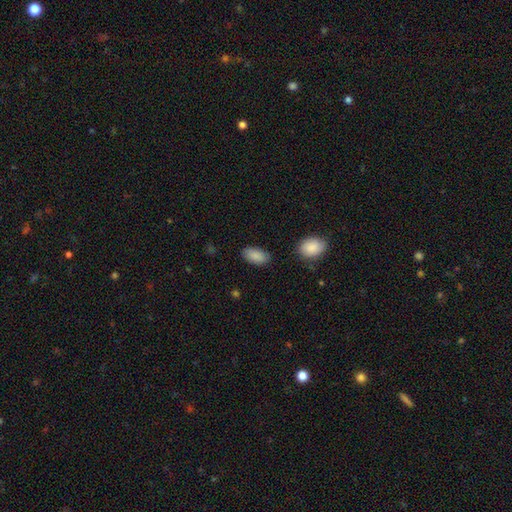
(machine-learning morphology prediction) This is clearly a smooth galaxy (88%). How rounded: clearly in between (94%). Merging: clearly none (82%).